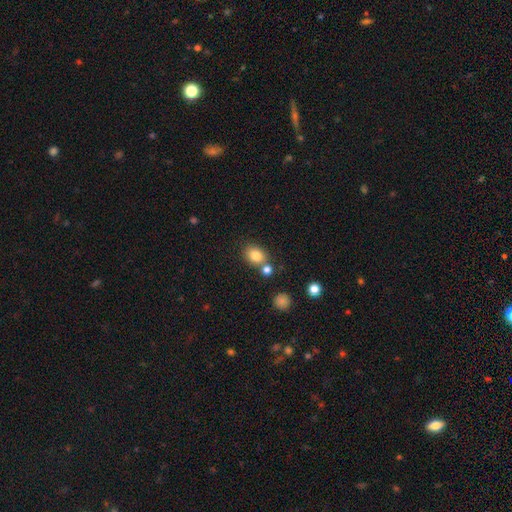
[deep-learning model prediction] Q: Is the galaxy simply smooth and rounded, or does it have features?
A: smooth — 82%.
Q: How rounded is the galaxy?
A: in between — 53%.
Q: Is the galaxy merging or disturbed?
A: none — 65%.